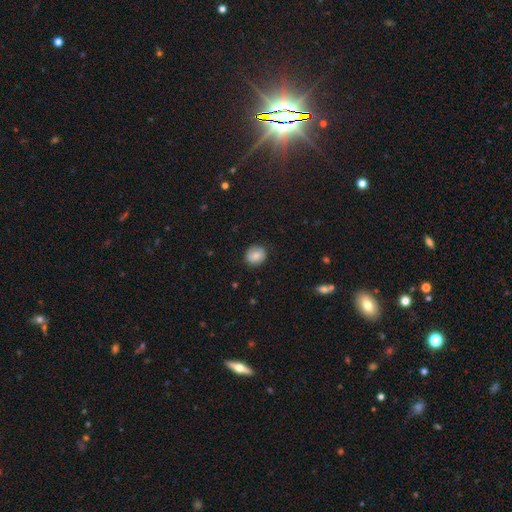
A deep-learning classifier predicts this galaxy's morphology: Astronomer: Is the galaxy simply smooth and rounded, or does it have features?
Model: smooth — 79%.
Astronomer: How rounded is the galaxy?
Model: round — 78%.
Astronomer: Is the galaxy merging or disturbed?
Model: none — 85%.